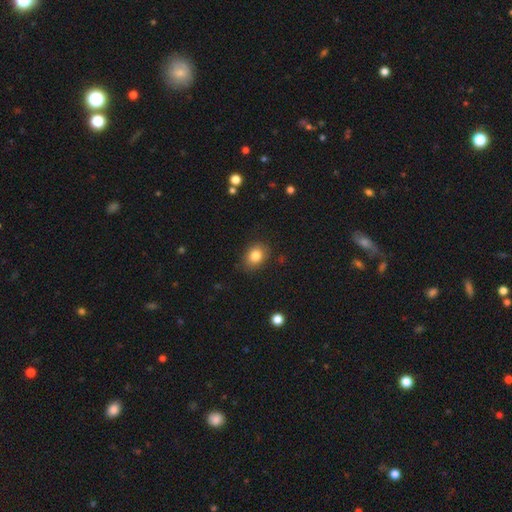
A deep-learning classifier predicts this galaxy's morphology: A smooth galaxy with no disk features (83%) that is in between round and cigar-shaped (57%).

Vote fractions:
- Smooth or featured? smooth: 83% / star or artifact: 10% / featured or disk: 8%
- How rounded? in between: 57% / round: 42% / cigar-shaped: 1%
- Merging? none: 85% / minor disturbance: 11% / major disturbance: 3% / merger: 1%